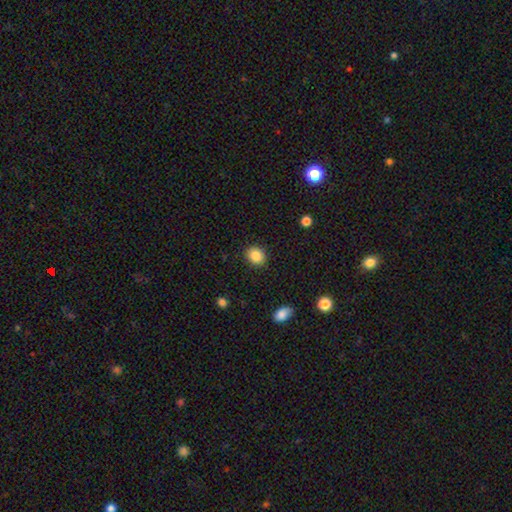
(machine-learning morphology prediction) Smooth or featured? smooth (87%)
How rounded? round (64%)
Merging? none (89%)